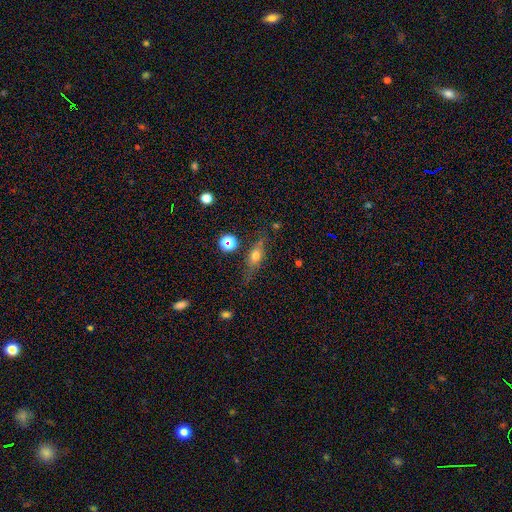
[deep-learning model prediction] Smooth or featured?
  - smooth: 50% *
  - featured or disk: 36%
  - star or artifact: 14%
How rounded?
  - in between: 51% *
  - cigar-shaped: 33%
  - round: 16%
Merging?
  - none: 68% *
  - minor disturbance: 20%
  - major disturbance: 8%
  - merger: 4%